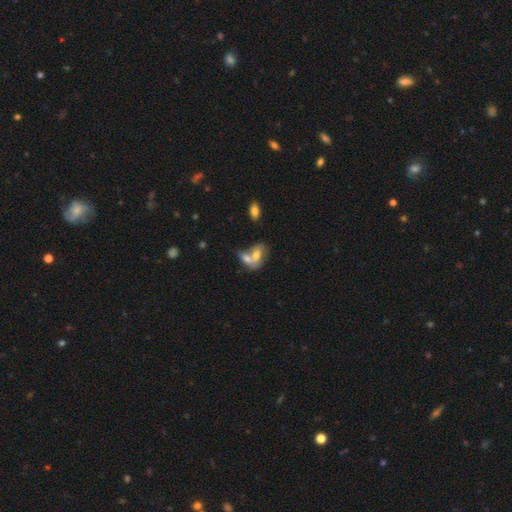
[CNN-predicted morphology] Q: Smooth or featured?
A: smooth (64%); runner-up: featured or disk (27%)
Q: How rounded?
A: in between (84%); runner-up: round (10%)
Q: Merging?
A: merger (62%); runner-up: none (24%)